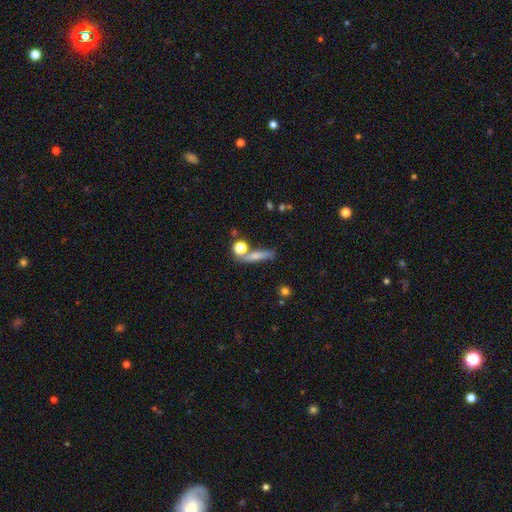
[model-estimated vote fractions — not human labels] Overall: smooth (63%; featured or disk 25%). How rounded: cigar-shaped (73%). Merging: none (64%).